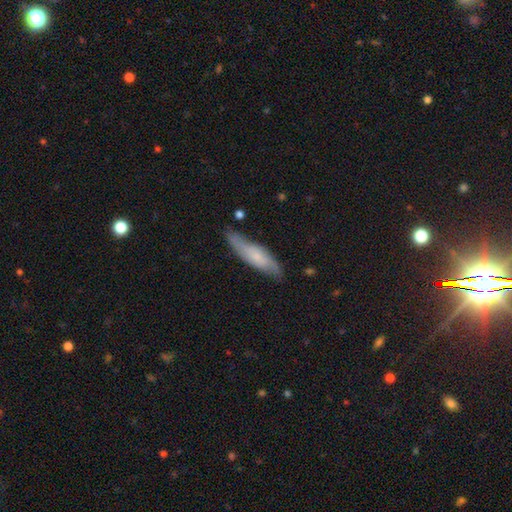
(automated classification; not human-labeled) Smooth or featured?
  - smooth: 50% *
  - featured or disk: 43%
  - star or artifact: 7%
How rounded?
  - cigar-shaped: 66% *
  - in between: 32%
  - round: 2%
Merging?
  - none: 71% *
  - minor disturbance: 22%
  - major disturbance: 5%
  - merger: 2%